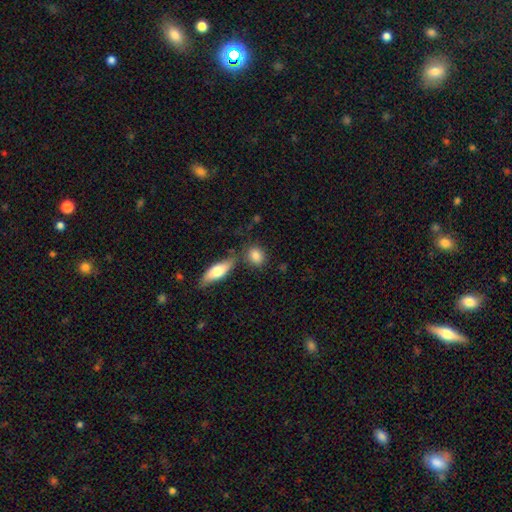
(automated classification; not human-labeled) Smooth or featured: smooth — 84% (featured or disk — 9%)
How rounded: in between — 53% (round — 42%)
Merging: none — 71% (merger — 14%)